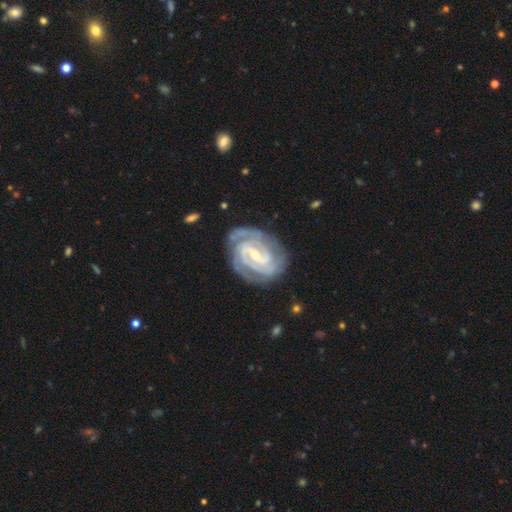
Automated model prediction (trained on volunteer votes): featured or disk 92%, star or artifact 4%, smooth 4%. Down the decision tree: edge-on disk — no (98%); bar — weak (45%); spiral arms — yes (98%); spiral arm count — 2 (42%); spiral winding — tight (72%); bulge size — small (63%); merging — none (79%).